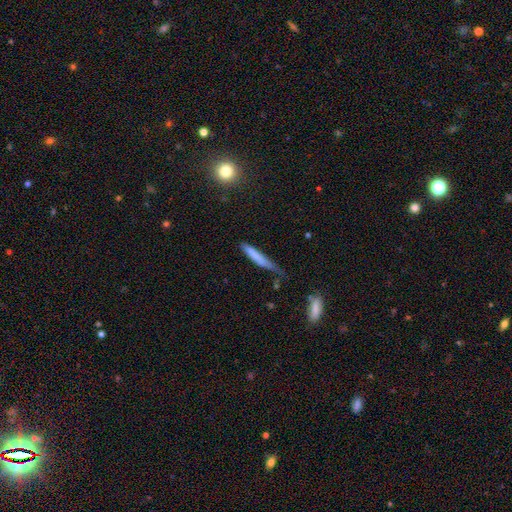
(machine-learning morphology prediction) Smooth or featured?
  - smooth: 74% *
  - featured or disk: 19%
  - star or artifact: 7%
How rounded?
  - cigar-shaped: 92% *
  - in between: 6%
  - round: 1%
Merging?
  - none: 49% *
  - minor disturbance: 35%
  - major disturbance: 12%
  - merger: 4%